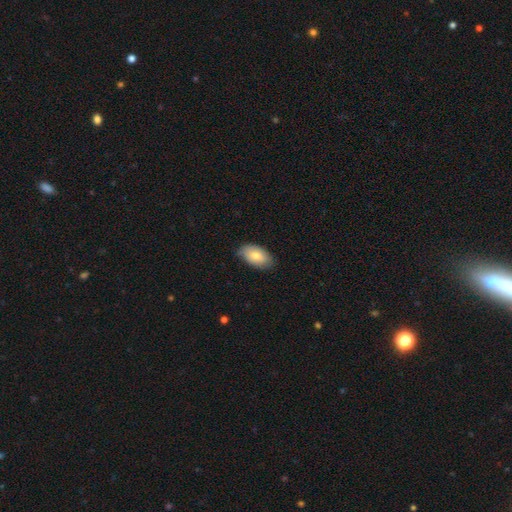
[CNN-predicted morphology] The model was most divided on "merging": none: 77%, minor disturbance: 19%, major disturbance: 3%, merger: 1%. More confident: how rounded — in between (94%); smooth or featured — smooth (79%).